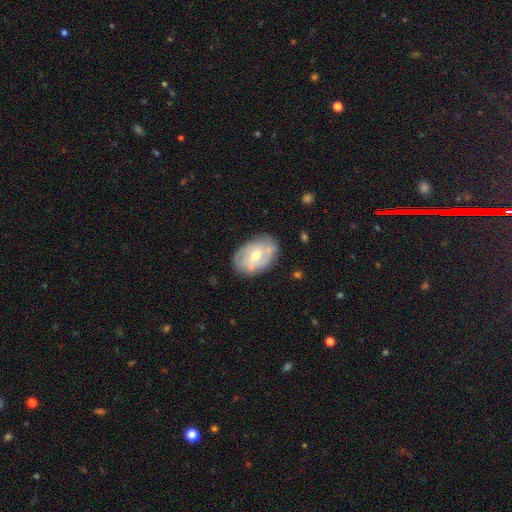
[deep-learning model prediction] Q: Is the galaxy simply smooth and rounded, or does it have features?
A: featured or disk — 63%.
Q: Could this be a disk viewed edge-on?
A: no — 94%.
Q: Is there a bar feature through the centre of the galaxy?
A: weak — 42%, tied with no.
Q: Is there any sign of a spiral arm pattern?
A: yes — 67%.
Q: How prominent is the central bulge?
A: moderate — 61%.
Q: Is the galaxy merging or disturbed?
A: none — 76%.